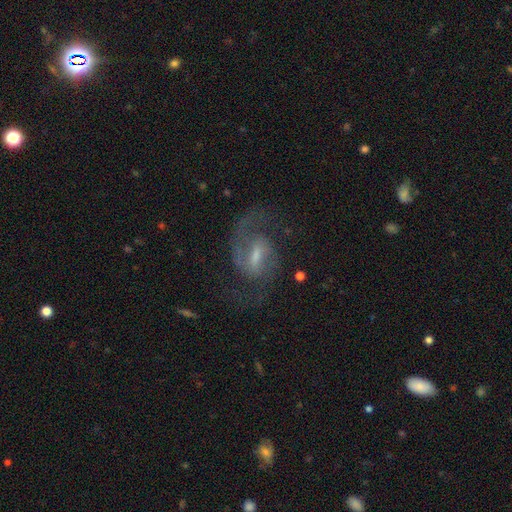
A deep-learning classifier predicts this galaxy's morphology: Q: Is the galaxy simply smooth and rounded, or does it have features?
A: featured or disk — 86%.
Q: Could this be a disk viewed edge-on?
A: no — 97%.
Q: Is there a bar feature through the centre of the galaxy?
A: weak — 57%.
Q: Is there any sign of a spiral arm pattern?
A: yes — 96%.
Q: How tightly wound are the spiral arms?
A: medium — 58%.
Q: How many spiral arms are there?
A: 2 — 88%.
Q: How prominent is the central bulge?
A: small — 42%.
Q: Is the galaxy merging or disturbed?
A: none — 70%.